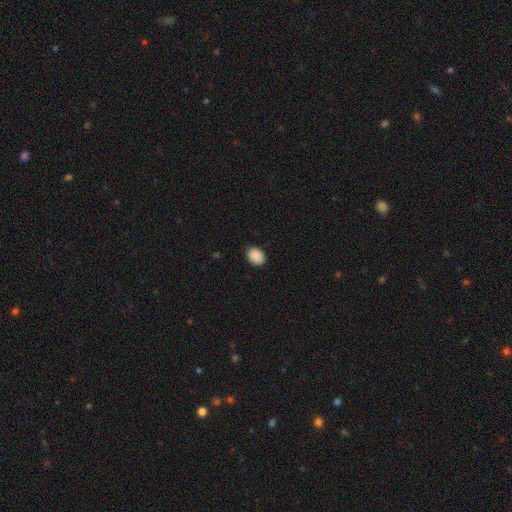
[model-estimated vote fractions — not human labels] smooth_or_featured: smooth (p=0.90) [alt: star or artifact p=0.07]
how_rounded: in between (p=0.66) [alt: round p=0.34]
merging: none (p=0.88) [alt: minor disturbance p=0.09]